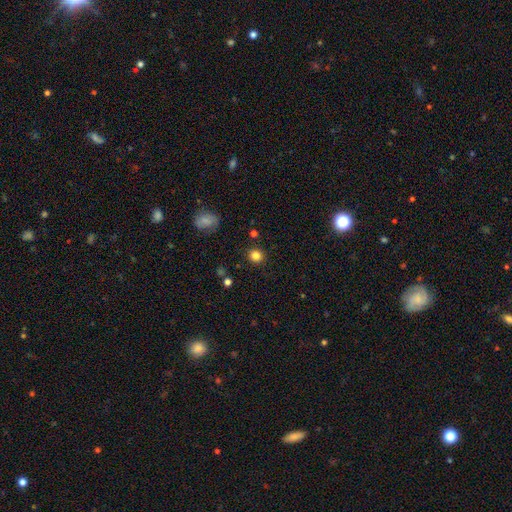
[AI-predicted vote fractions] A smooth galaxy with no disk features (82%) that is round (88%). Merging: none (90%).